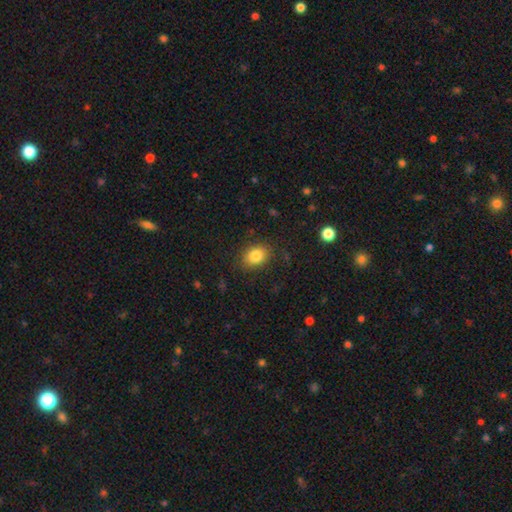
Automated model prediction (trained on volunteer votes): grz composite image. It shows a smooth galaxy with no disk features (83%) that is in between round and cigar-shaped (64%). Merging: none (84%).